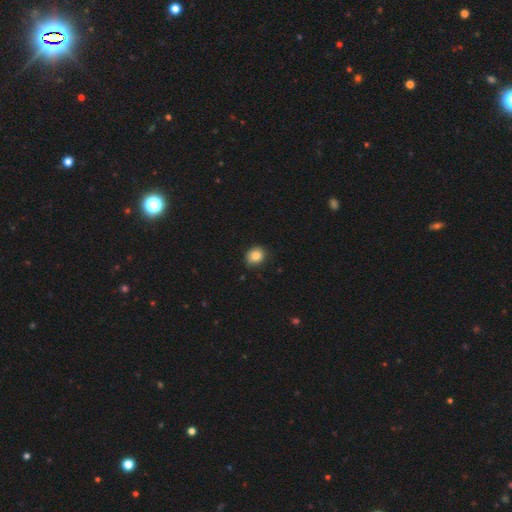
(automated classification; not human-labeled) Q: Smooth or featured?
A: smooth (84%); runner-up: star or artifact (10%)
Q: How rounded?
A: round (67%); runner-up: in between (32%)
Q: Merging?
A: none (85%); runner-up: minor disturbance (12%)